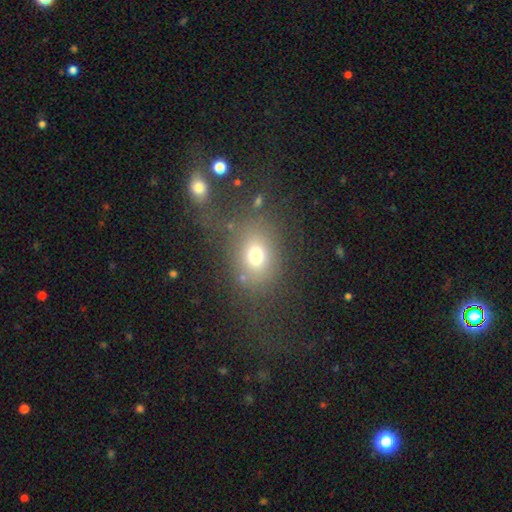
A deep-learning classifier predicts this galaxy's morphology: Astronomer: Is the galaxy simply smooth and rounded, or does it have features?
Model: smooth — 70%.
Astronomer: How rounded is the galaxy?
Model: round — 53% (runner-up: in between, 45%).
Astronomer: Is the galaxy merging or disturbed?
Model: none — 63%.